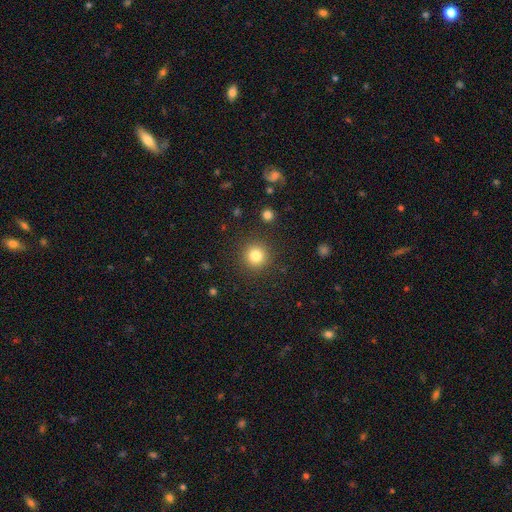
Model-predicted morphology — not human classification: smooth_or_featured: smooth (p=0.81) [alt: star or artifact p=0.12]
how_rounded: round (p=0.94) [alt: in between p=0.05]
merging: none (p=0.90) [alt: minor disturbance p=0.06]